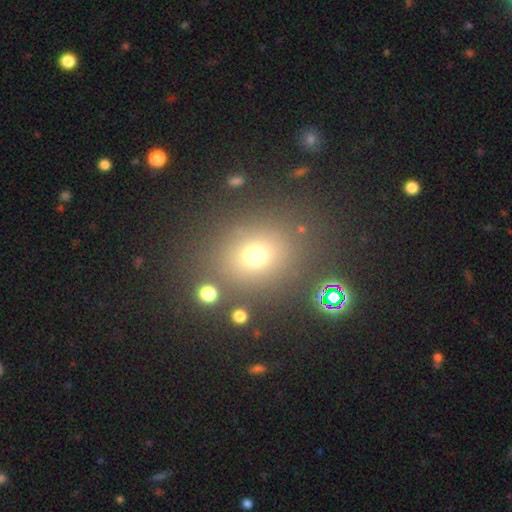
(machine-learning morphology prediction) smooth 69%, star or artifact 21%, featured or disk 10%. Down the decision tree: how rounded — round (70%); merging — none (80%).